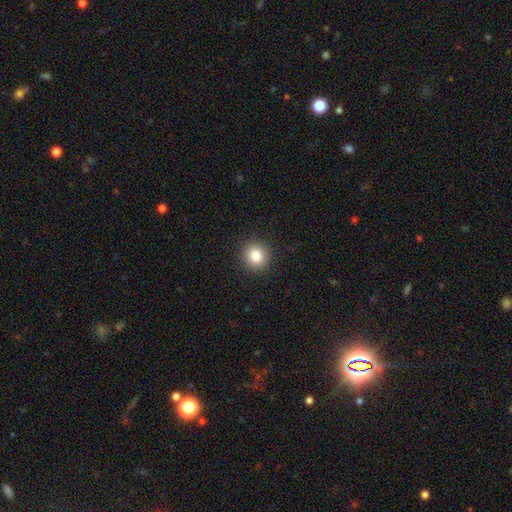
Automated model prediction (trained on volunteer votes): smooth 84%, star or artifact 10%, featured or disk 5%. Down the decision tree: how rounded — round (85%); merging — none (91%).